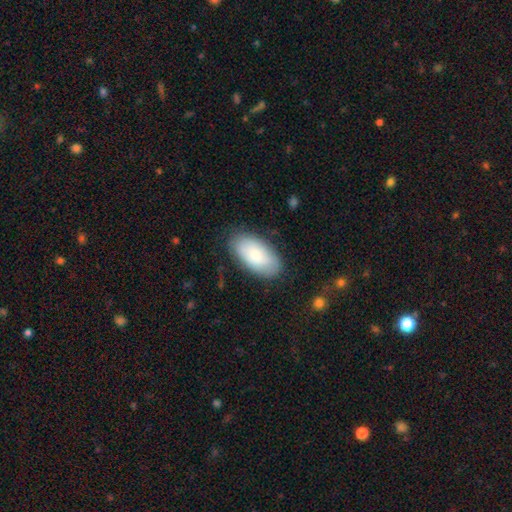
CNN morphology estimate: Smooth or featured? Predicted: smooth (p=0.79). How rounded? Predicted: in between (p=0.95). Merging? Predicted: none (p=0.81).